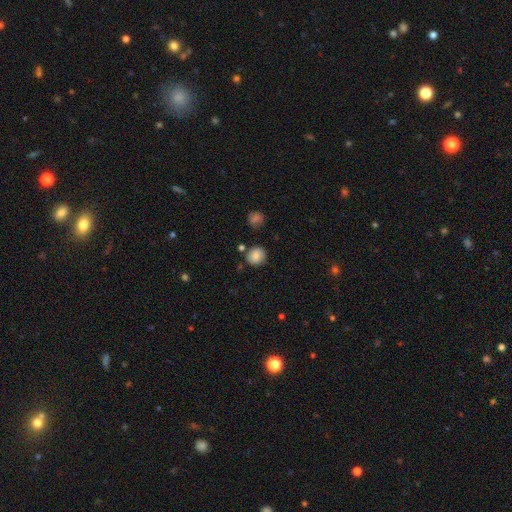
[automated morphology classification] This appears to be a smooth galaxy with no disk features (84%) that is round (87%). Merging: none (80%).